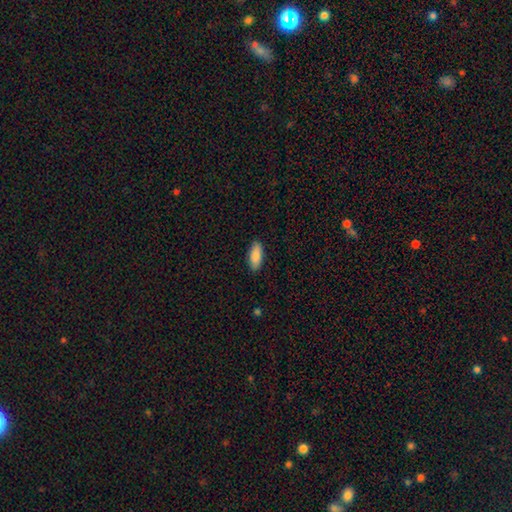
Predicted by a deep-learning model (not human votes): A smooth galaxy with no disk features (89%) that is in between round and cigar-shaped (78%).

Vote fractions:
- Smooth or featured? smooth: 89% / star or artifact: 6% / featured or disk: 5%
- How rounded? in between: 78% / cigar-shaped: 20% / round: 2%
- Merging? none: 89% / minor disturbance: 8% / major disturbance: 2% / merger: 1%